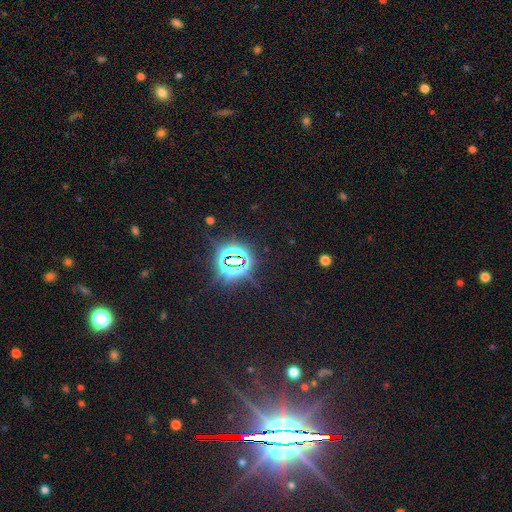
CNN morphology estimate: Q: Smooth or featured?
A: star or artifact (79%); runner-up: smooth (12%)